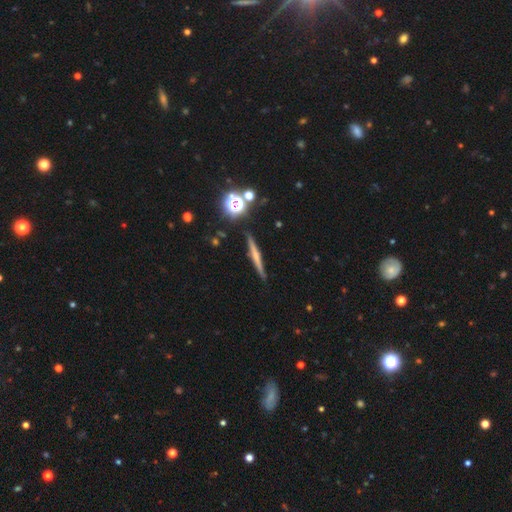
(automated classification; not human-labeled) Morphology: type=featured or disk (47%); merging=none (89%).